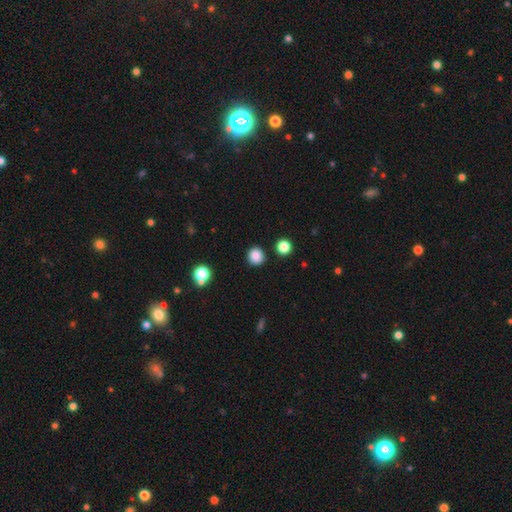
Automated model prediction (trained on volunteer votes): Smooth or featured: smooth — 86% (star or artifact — 11%)
How rounded: round — 91% (in between — 8%)
Merging: none — 89% (minor disturbance — 6%)